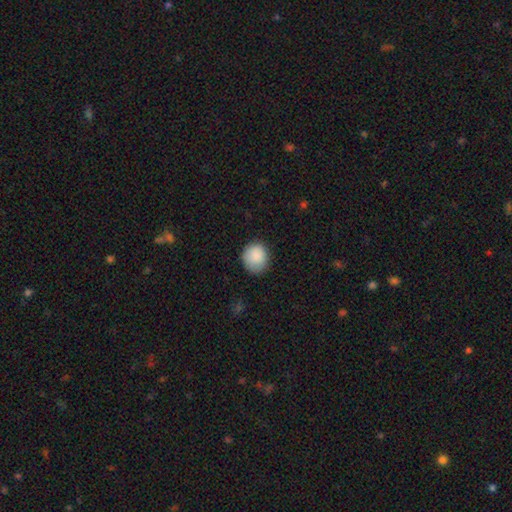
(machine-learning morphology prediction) This appears to be a smooth galaxy with no disk features (89%) that is round (81%). Merging: none (80%).